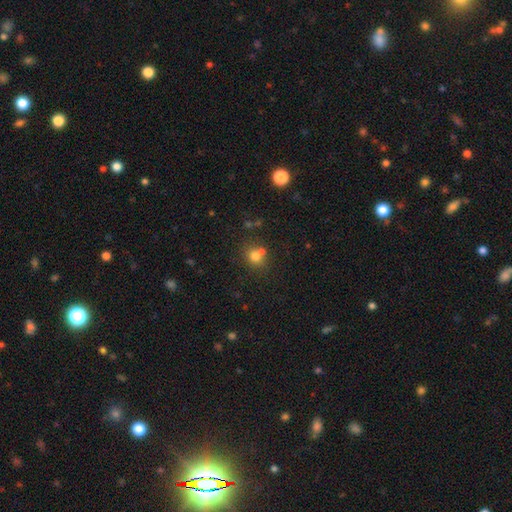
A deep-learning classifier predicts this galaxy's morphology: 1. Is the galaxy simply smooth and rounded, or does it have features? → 73% smooth, 15% star or artifact, 11% featured or disk.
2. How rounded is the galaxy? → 79% round, 20% in between, 1% cigar-shaped.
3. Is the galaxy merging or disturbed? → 55% none, 32% merger, 9% minor disturbance, 4% major disturbance.